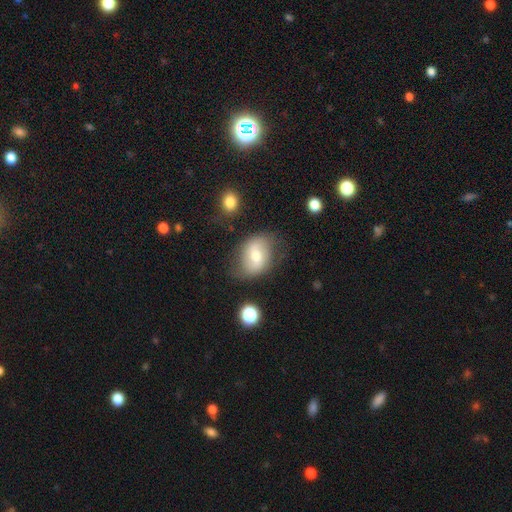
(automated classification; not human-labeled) Overall: smooth (48%; featured or disk 44%). Merging: none (67%).